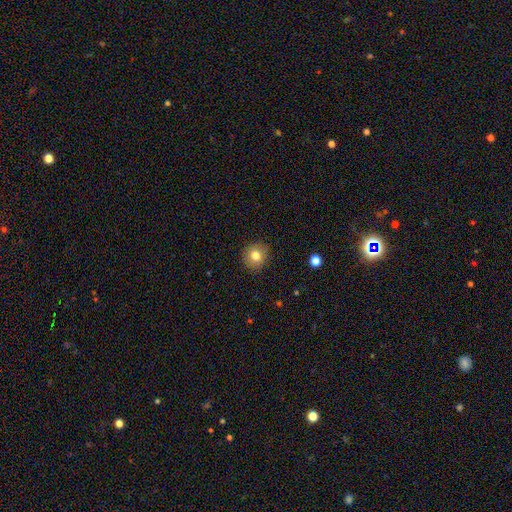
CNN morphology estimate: A smooth galaxy with no disk features (79%) that is round (87%). Merging: none (89%).